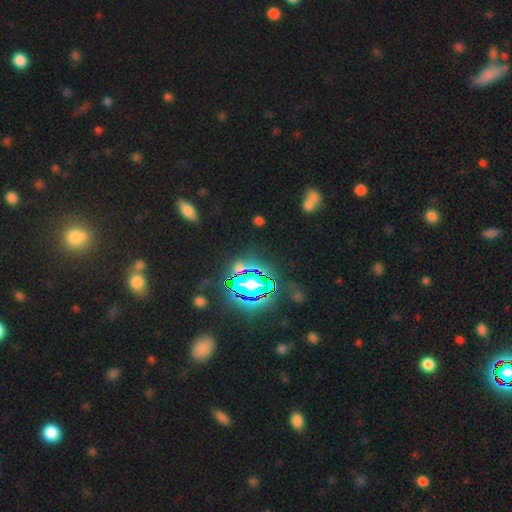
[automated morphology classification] A star or artifact, not a galaxy (80%).